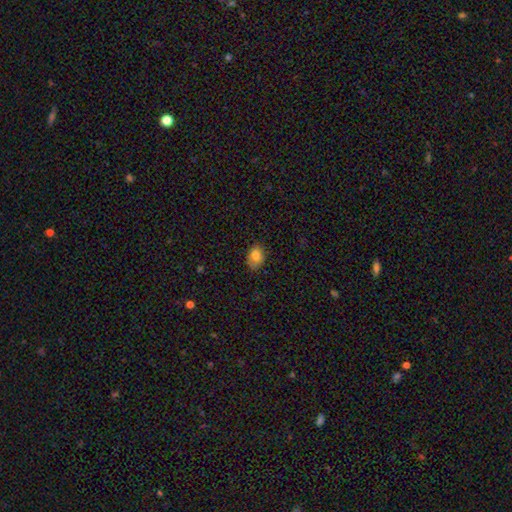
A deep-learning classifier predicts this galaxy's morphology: Smooth or featured?
  - smooth: 83% *
  - star or artifact: 9%
  - featured or disk: 9%
How rounded?
  - in between: 76% *
  - round: 23%
  - cigar-shaped: 1%
Merging?
  - none: 79% *
  - minor disturbance: 17%
  - major disturbance: 3%
  - merger: 1%